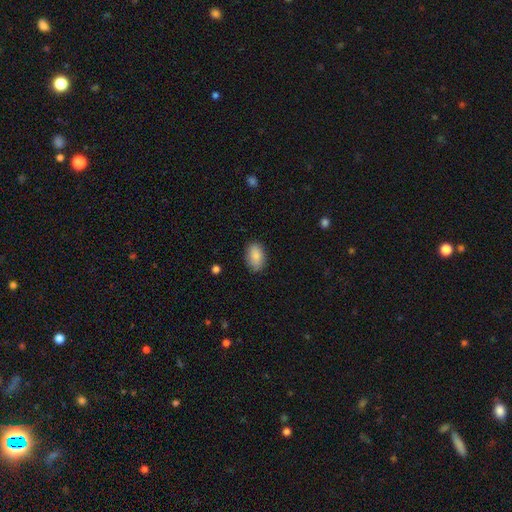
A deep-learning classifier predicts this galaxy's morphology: Smooth or featured: smooth — 87% (star or artifact — 7%)
How rounded: in between — 89% (round — 9%)
Merging: none — 84% (minor disturbance — 13%)